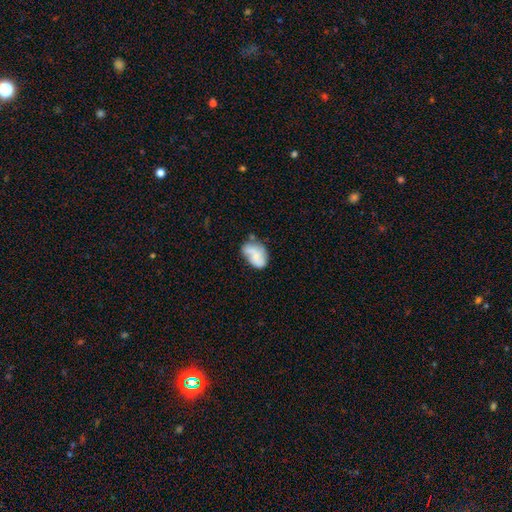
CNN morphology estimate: smooth 49%, featured or disk 43%, star or artifact 8%. Down the decision tree: merging — none (39%).